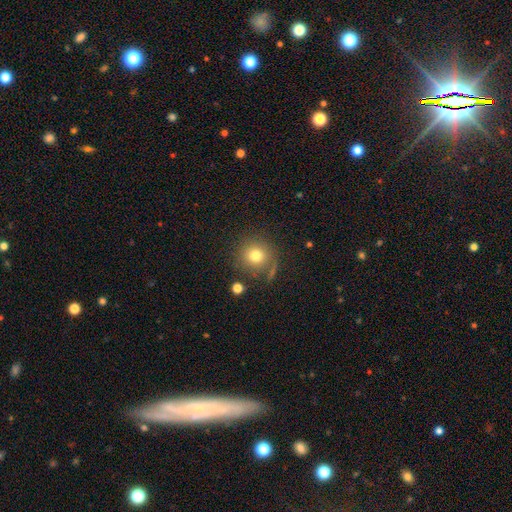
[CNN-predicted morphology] type=smooth (77%); roundness=round (91%); merging=none (77%).